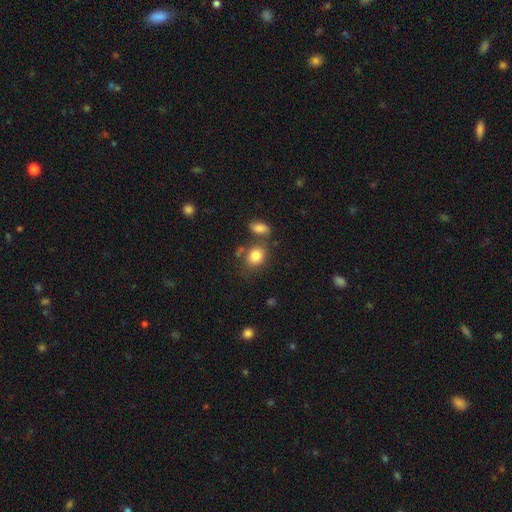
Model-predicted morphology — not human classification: smooth-or-featured: smooth: 82% | star or artifact: 9% | featured or disk: 8%
  how-rounded: round: 52% | in between: 47% | cigar-shaped: 1%
  merging: none: 62% | merger: 18% | minor disturbance: 15% | major disturbance: 5%